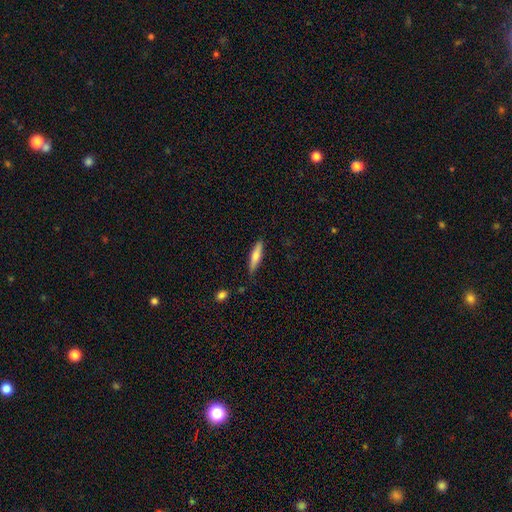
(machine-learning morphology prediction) Smooth or featured? smooth (66%)
How rounded? cigar-shaped (78%)
Merging? none (80%)